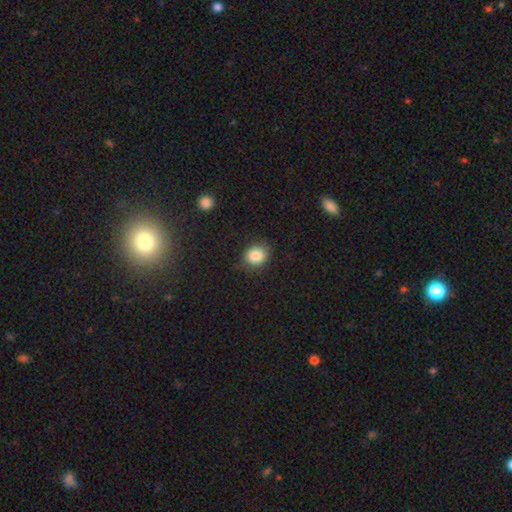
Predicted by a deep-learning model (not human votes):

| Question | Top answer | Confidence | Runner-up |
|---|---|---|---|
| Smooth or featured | smooth | 84% | star or artifact (10%) |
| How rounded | round | 69% | in between (30%) |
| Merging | none | 81% | minor disturbance (14%) |